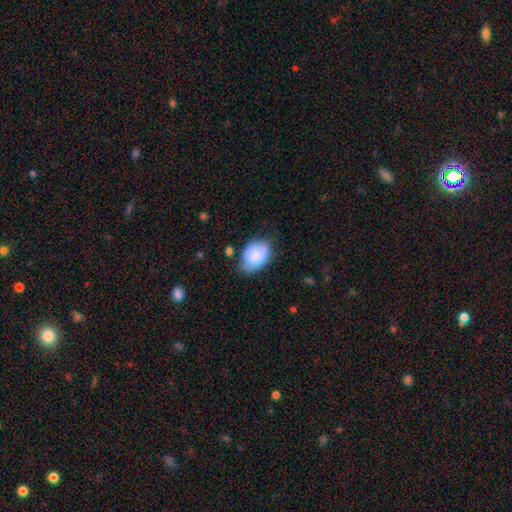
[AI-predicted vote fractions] Smooth or featured?
  - smooth: 77% *
  - featured or disk: 16%
  - star or artifact: 7%
How rounded?
  - in between: 84% *
  - round: 15%
  - cigar-shaped: 1%
Merging?
  - none: 58% *
  - minor disturbance: 31%
  - major disturbance: 7%
  - merger: 3%